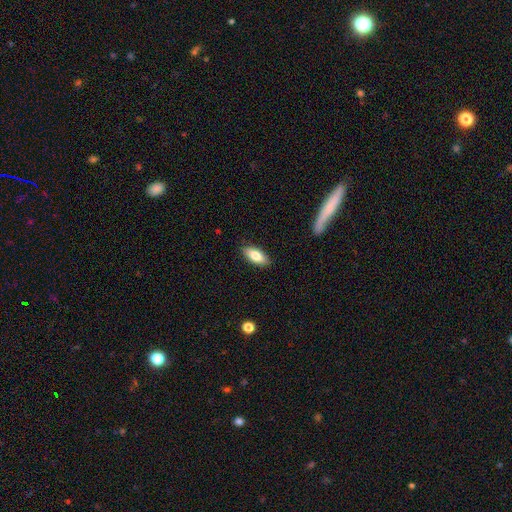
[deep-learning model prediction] smooth_or_featured: smooth (p=0.80) [alt: featured or disk p=0.13]
how_rounded: in between (p=0.84) [alt: cigar-shaped p=0.14]
merging: none (p=0.88) [alt: minor disturbance p=0.09]